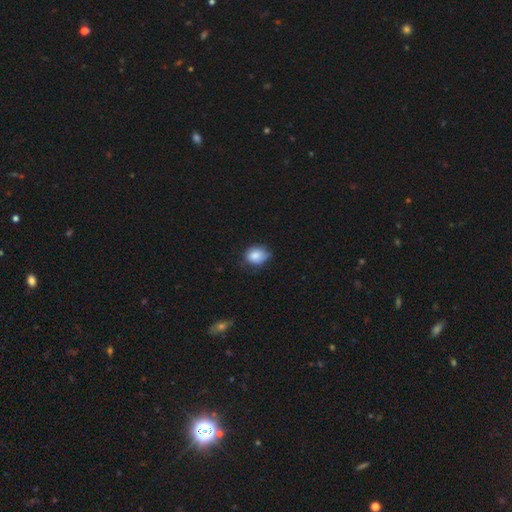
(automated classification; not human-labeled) Smooth or featured? smooth (83%)
How rounded? in between (53%)
Merging? none (56%)